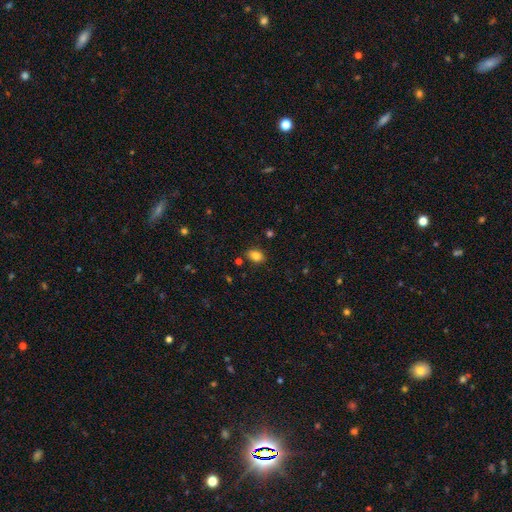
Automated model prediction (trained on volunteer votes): This appears to be a smooth galaxy with no disk features (84%) that is in between round and cigar-shaped (75%). Merging: none (82%).